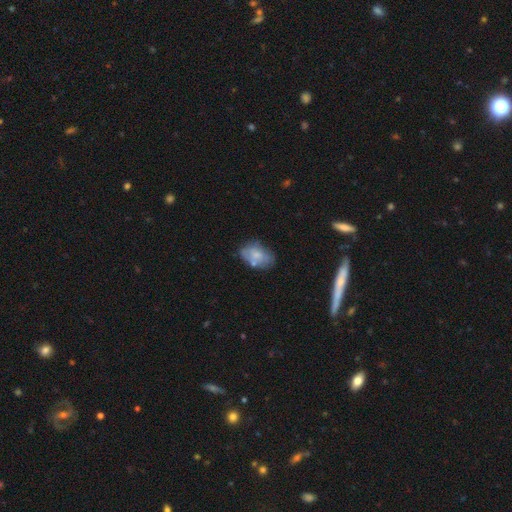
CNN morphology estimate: Smooth or featured?
  - smooth: 64% *
  - featured or disk: 28%
  - star or artifact: 8%
How rounded?
  - in between: 88% *
  - round: 11%
  - cigar-shaped: 1%
Merging?
  - none: 56% *
  - minor disturbance: 26%
  - merger: 10%
  - major disturbance: 9%